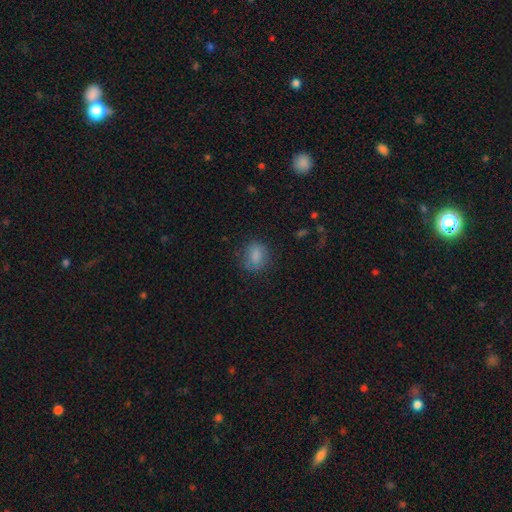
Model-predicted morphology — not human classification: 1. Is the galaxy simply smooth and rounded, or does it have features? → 81% smooth, 10% star or artifact, 8% featured or disk.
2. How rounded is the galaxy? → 64% round, 35% in between, 1% cigar-shaped.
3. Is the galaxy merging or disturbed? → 75% none, 17% minor disturbance, 7% major disturbance, 1% merger.